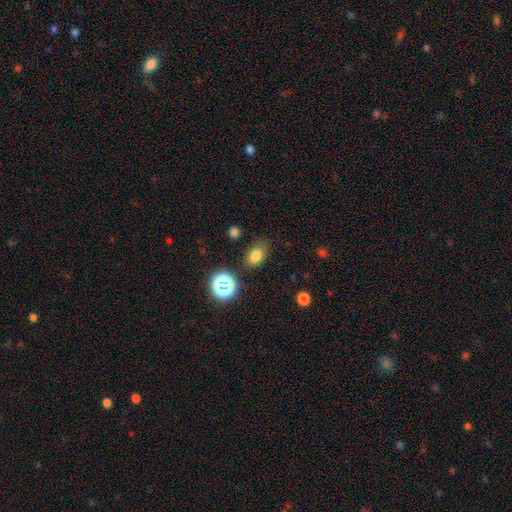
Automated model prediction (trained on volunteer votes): Morphology: type=smooth (76%); roundness=in between (76%); merging=none (77%).